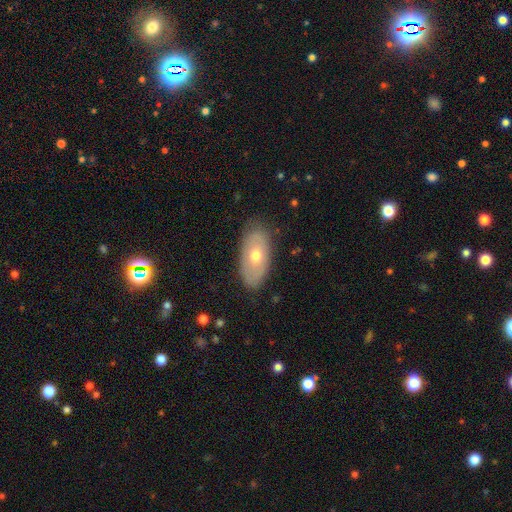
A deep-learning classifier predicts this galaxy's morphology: This appears to be a smooth galaxy with no disk features (53%) that is in between round and cigar-shaped (91%). Merging: none (83%).